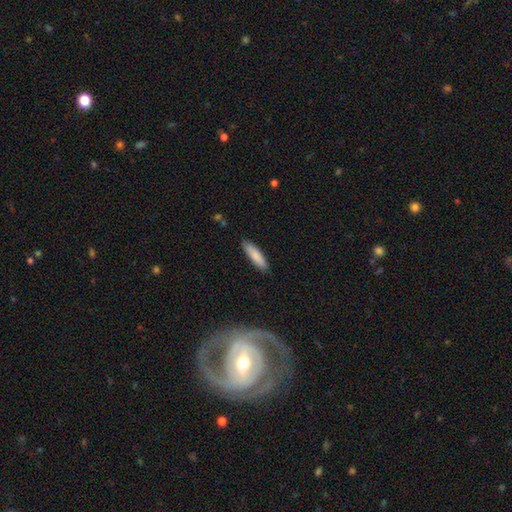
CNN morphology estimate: Overall: smooth (86%). How rounded: cigar-shaped (66%; in between 33%). Merging: none (87%).